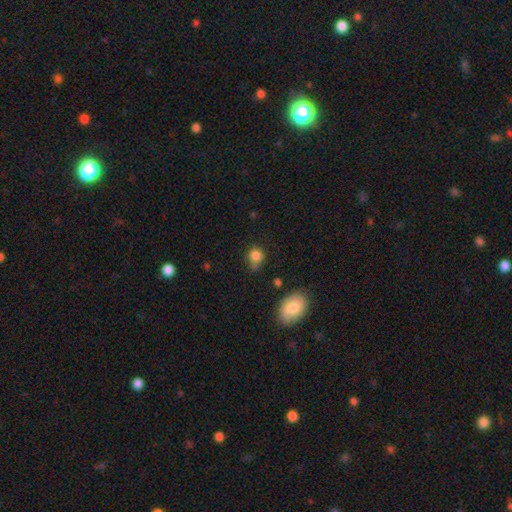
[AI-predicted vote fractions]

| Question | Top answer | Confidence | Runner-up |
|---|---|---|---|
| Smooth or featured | smooth | 82% | star or artifact (11%) |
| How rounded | round | 73% | in between (26%) |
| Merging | none | 51% | minor disturbance (32%) |